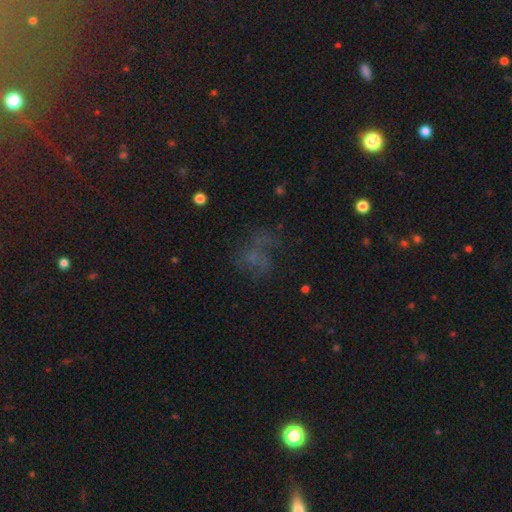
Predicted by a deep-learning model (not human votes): smooth-or-featured: smooth: 35% | featured or disk: 34% | star or artifact: 30%
  merging: none: 40% | major disturbance: 36% | minor disturbance: 18% | merger: 6%